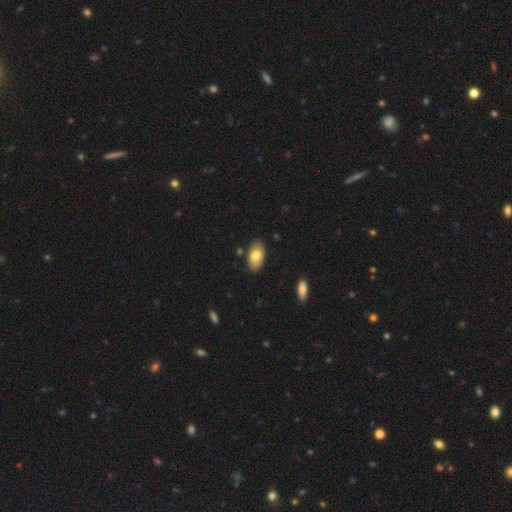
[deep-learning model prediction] Q: Smooth or featured?
A: smooth (76%); runner-up: featured or disk (18%)
Q: How rounded?
A: in between (95%); runner-up: round (4%)
Q: Merging?
A: none (85%); runner-up: minor disturbance (11%)